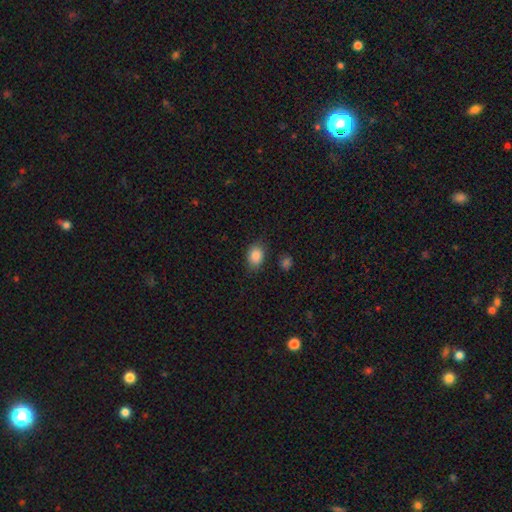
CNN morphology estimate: smooth-or-featured: smooth: 86% | star or artifact: 9% | featured or disk: 5%
  how-rounded: in between: 63% | round: 36% | cigar-shaped: 1%
  merging: none: 78% | minor disturbance: 15% | major disturbance: 4% | merger: 3%